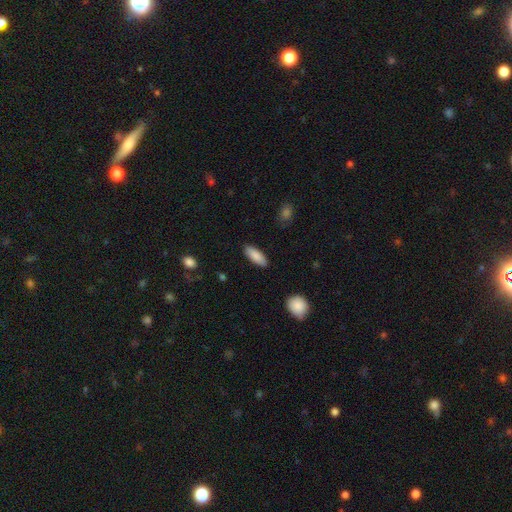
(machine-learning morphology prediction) Smooth or featured? smooth (87%)
How rounded? in between (73%)
Merging? none (88%)